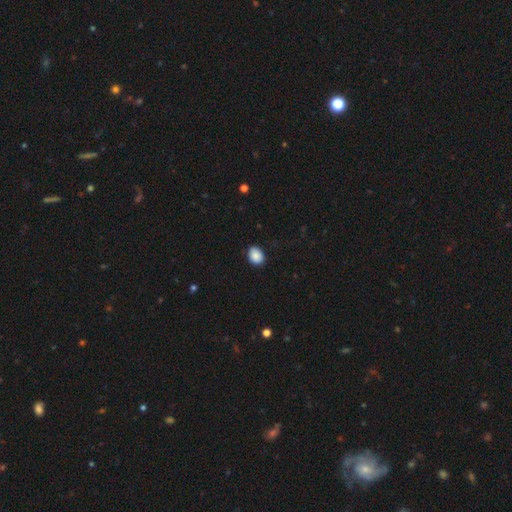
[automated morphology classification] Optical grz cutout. It shows a smooth galaxy with no disk features (88%) that is in between round and cigar-shaped (64%). Merging: none (86%).